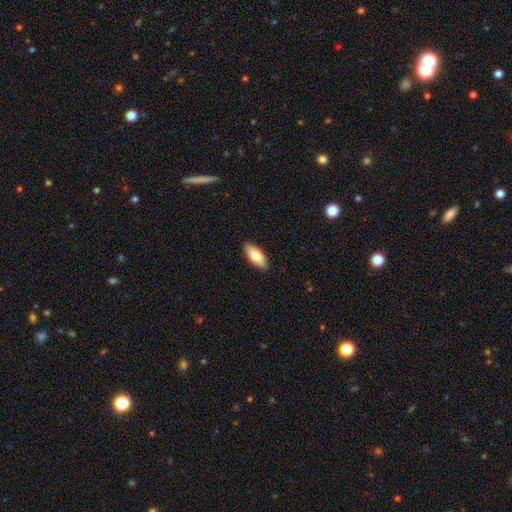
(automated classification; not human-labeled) Q: Smooth or featured?
A: smooth (77%); runner-up: featured or disk (18%)
Q: How rounded?
A: in between (85%); runner-up: cigar-shaped (13%)
Q: Merging?
A: none (90%); runner-up: minor disturbance (8%)